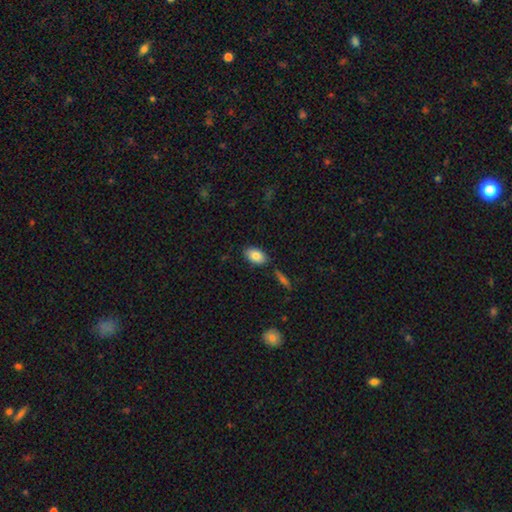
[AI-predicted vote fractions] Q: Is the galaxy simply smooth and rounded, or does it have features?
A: smooth — 83%.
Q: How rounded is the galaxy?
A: in between — 92%.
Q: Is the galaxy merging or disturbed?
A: none — 82%.